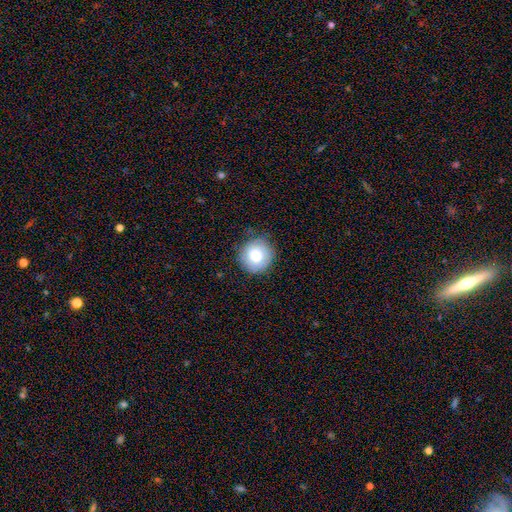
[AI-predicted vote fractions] smooth-or-featured: smooth: 77% | featured or disk: 14% | star or artifact: 9%
  how-rounded: round: 91% | in between: 8% | cigar-shaped: 1%
  merging: none: 82% | minor disturbance: 14% | major disturbance: 3% | merger: 1%